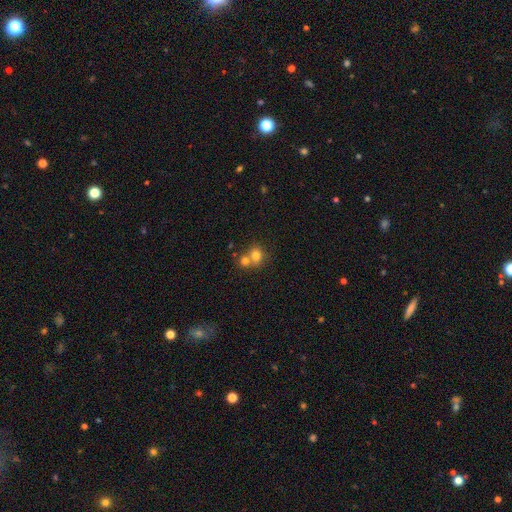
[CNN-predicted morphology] Smooth or featured: smooth — 76% (star or artifact — 12%)
How rounded: round — 71% (in between — 28%)
Merging: merger — 51% (none — 39%)